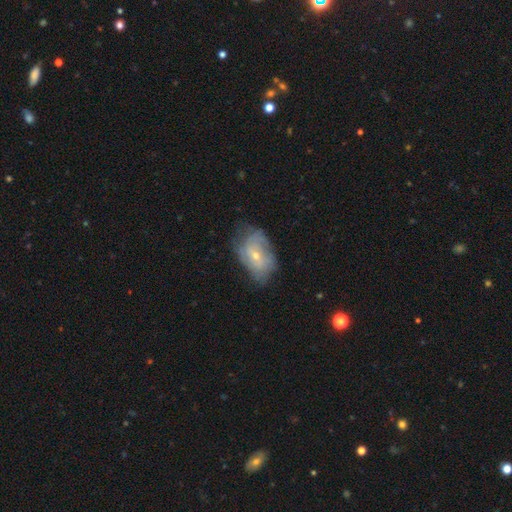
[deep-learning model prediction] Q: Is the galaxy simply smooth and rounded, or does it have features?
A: featured or disk — 55%.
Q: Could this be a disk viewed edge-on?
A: no — 95%.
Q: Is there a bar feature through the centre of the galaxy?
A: no — 66%.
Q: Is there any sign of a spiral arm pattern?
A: yes — 63%.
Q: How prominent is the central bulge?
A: small — 64%.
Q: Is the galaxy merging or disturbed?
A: none — 49%.